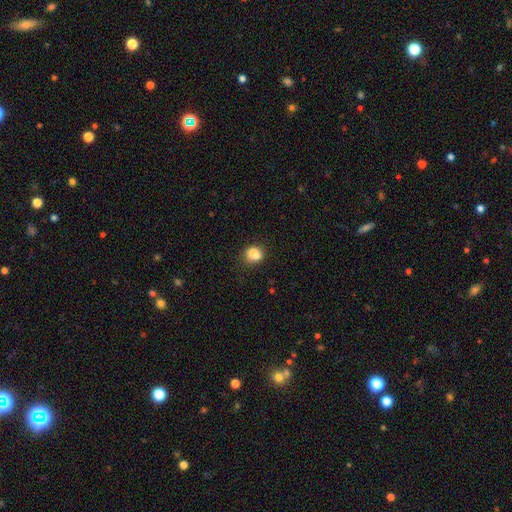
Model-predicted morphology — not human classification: smooth_or_featured: smooth (p=0.78) [alt: featured or disk p=0.11]
how_rounded: round (p=0.67) [alt: in between p=0.32]
merging: none (p=0.50) [alt: merger p=0.28]